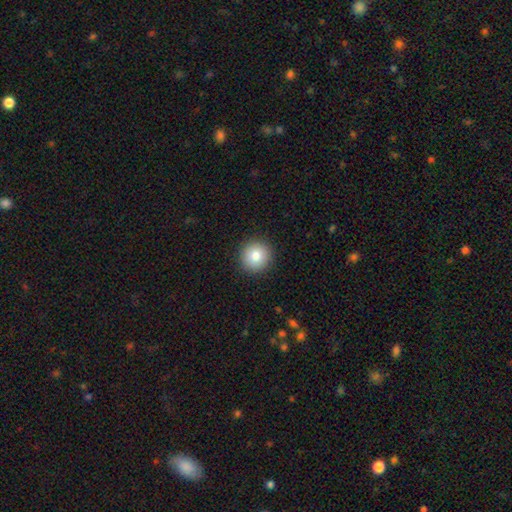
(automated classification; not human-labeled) Smooth or featured?
  - smooth: 82% *
  - star or artifact: 10%
  - featured or disk: 9%
How rounded?
  - round: 95% *
  - in between: 5%
  - cigar-shaped: 1%
Merging?
  - none: 92% *
  - minor disturbance: 5%
  - major disturbance: 2%
  - merger: 1%